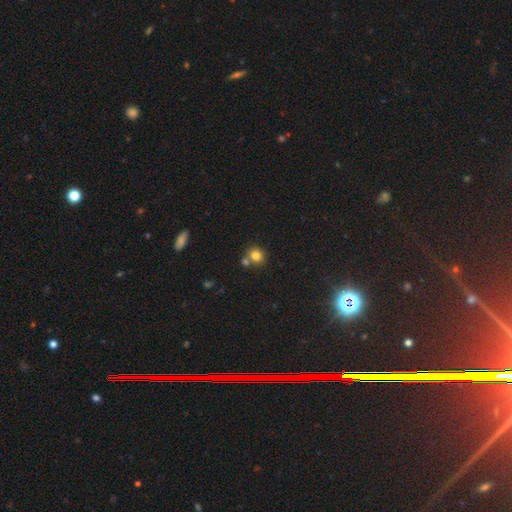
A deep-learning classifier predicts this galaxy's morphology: This is clearly a smooth galaxy (80%). How rounded: clearly round (83%). Merging: likely none (61%).